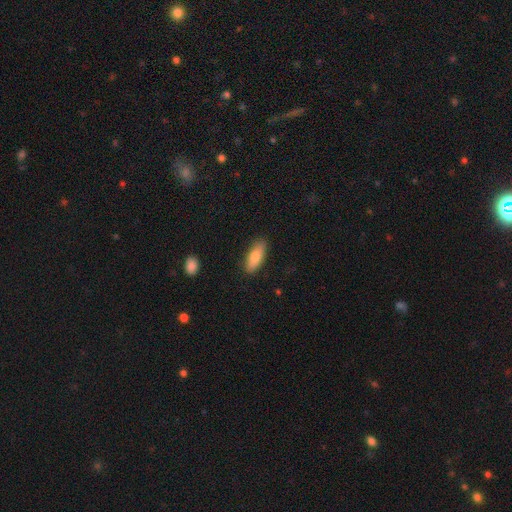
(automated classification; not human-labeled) Smooth or featured: smooth — 80% (featured or disk — 14%)
How rounded: in between — 66% (cigar-shaped — 32%)
Merging: none — 86% (minor disturbance — 10%)